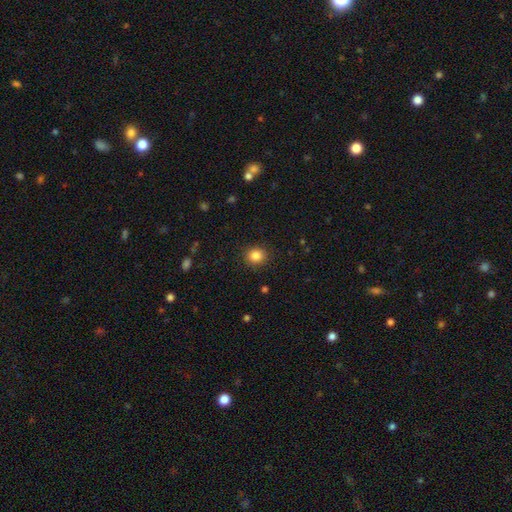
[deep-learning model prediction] Smooth or featured? Predicted: smooth (p=0.85). How rounded? Predicted: round (p=0.81). Merging? Predicted: none (p=0.89).